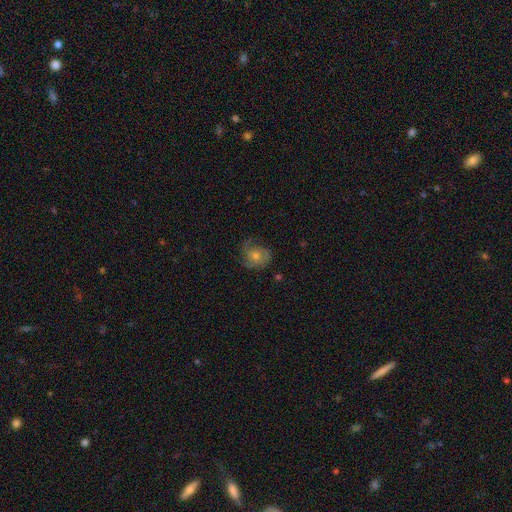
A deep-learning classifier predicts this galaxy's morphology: This is possibly a featured or disk galaxy (57%). It is clearly not viewed edge-on (97%). Bar: likely no (79%). Spiral arm pattern: clearly yes (85%). Central bulge: possibly moderate (58%). Merging: likely none (64%).